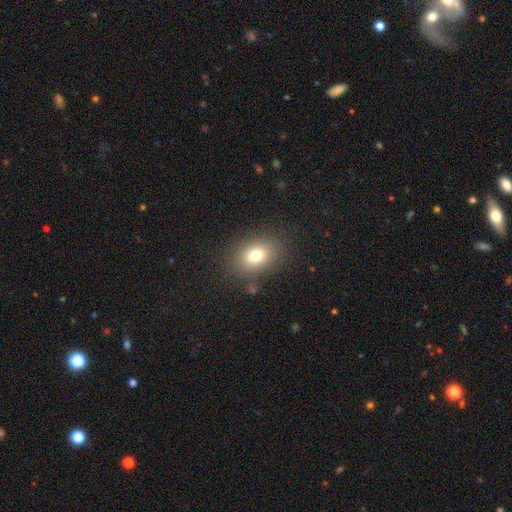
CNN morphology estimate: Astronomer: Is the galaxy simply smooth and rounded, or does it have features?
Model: smooth — 75%.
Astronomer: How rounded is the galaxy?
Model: in between — 65%.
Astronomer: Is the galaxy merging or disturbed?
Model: none — 84%.